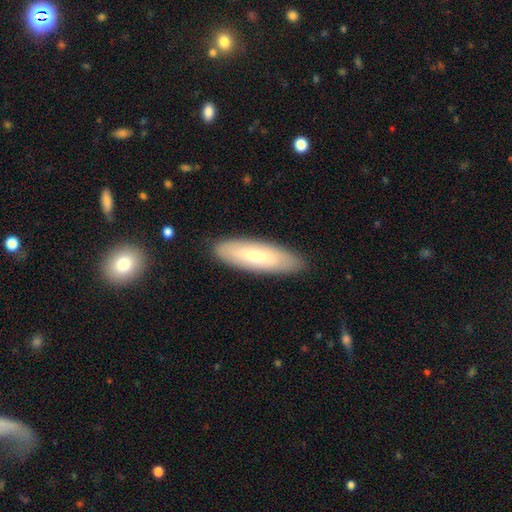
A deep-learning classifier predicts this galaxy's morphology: Smooth or featured?
  - smooth: 56% *
  - featured or disk: 38%
  - star or artifact: 6%
How rounded?
  - cigar-shaped: 52% *
  - in between: 47%
  - round: 2%
Merging?
  - none: 86% *
  - minor disturbance: 10%
  - major disturbance: 2%
  - merger: 1%